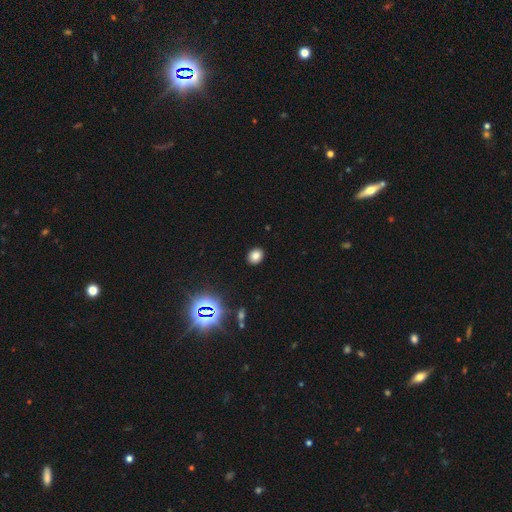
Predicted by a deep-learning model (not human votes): A smooth galaxy with no disk features (79%) that is round (55%).

Vote fractions:
- Smooth or featured? smooth: 79% / star or artifact: 15% / featured or disk: 6%
- How rounded? round: 55% / in between: 44% / cigar-shaped: 1%
- Merging? none: 90% / minor disturbance: 7% / major disturbance: 2% / merger: 1%